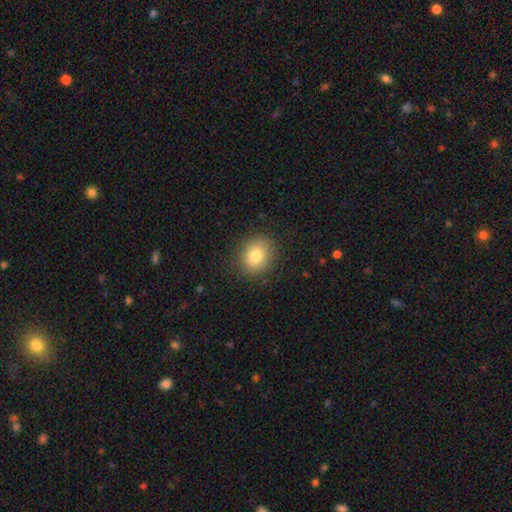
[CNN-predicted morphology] Smooth or featured?
  - smooth: 79% *
  - star or artifact: 11%
  - featured or disk: 10%
How rounded?
  - round: 71% *
  - in between: 28%
  - cigar-shaped: 1%
Merging?
  - none: 87% *
  - minor disturbance: 9%
  - major disturbance: 3%
  - merger: 1%